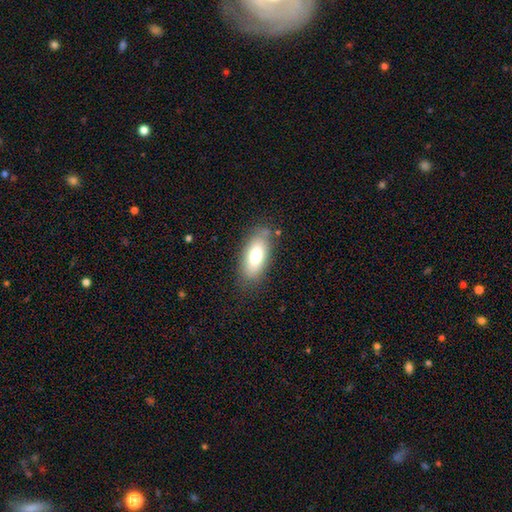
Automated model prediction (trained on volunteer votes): Overall: smooth (75%). How rounded: in between (85%). Merging: none (79%).